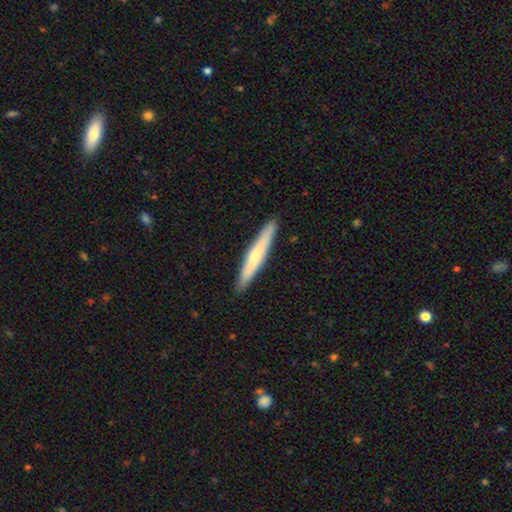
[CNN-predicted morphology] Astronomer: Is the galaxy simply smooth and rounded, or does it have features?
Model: smooth — 57% (runner-up: featured or disk, 38%).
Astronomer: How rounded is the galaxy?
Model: cigar-shaped — 95%.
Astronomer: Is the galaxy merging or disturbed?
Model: none — 92%.